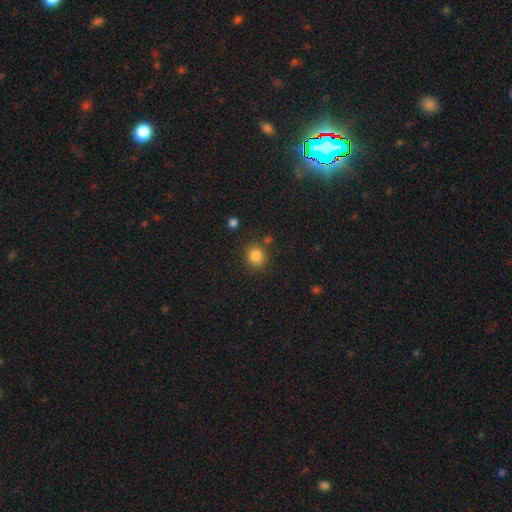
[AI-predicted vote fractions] The model was most divided on "how rounded": round: 79%, in between: 20%, cigar-shaped: 1%. More confident: smooth or featured — smooth (84%); merging — none (81%).